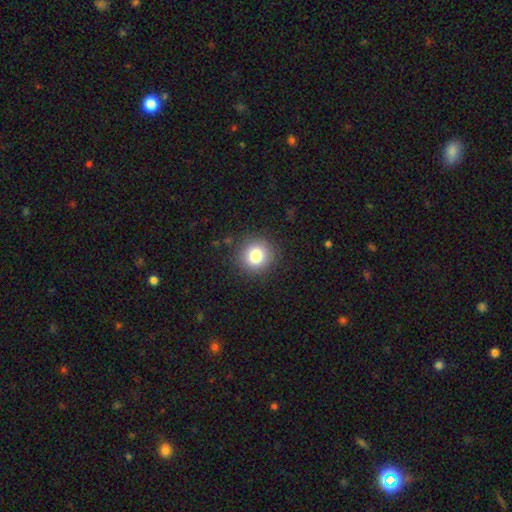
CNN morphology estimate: smooth-or-featured: smooth: 81% | star or artifact: 11% | featured or disk: 8%
  how-rounded: round: 91% | in between: 8% | cigar-shaped: 1%
  merging: none: 89% | minor disturbance: 7% | major disturbance: 3% | merger: 1%